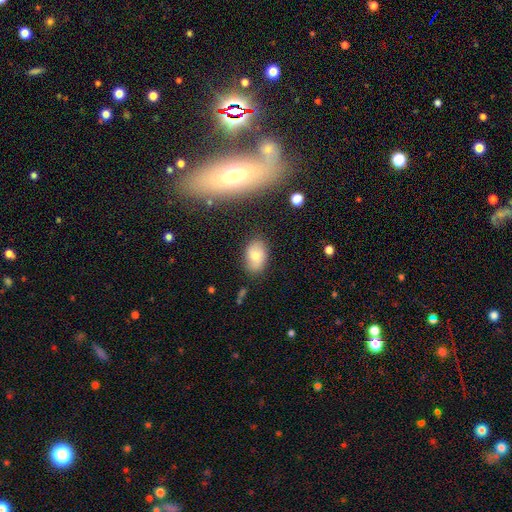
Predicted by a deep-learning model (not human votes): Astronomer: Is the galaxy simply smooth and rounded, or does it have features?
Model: smooth — 71%.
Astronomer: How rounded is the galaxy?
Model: in between — 88%.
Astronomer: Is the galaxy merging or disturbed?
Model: none — 79%.